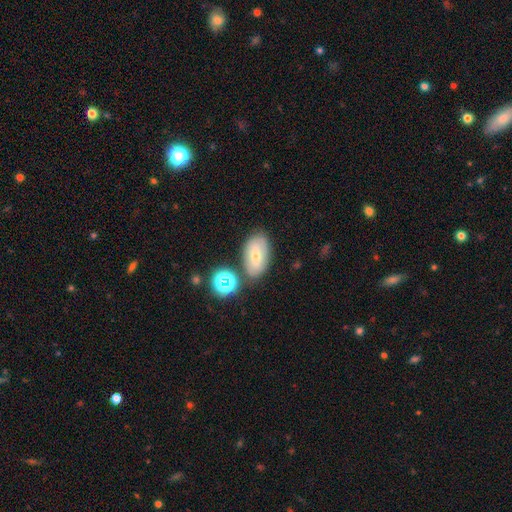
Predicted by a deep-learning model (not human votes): The model was most divided on "smooth or featured": smooth: 59%, featured or disk: 29%, star or artifact: 12%. More confident: how rounded — in between (90%); merging — none (71%).